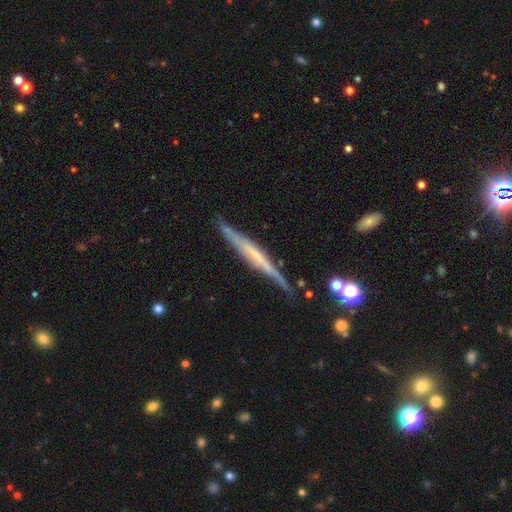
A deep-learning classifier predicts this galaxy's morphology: smooth-or-featured: featured or disk: 66% | smooth: 27% | star or artifact: 7%
  disk-edge-on: yes: 93% | no: 7%
    edge-on-bulge: none: 58% | boxy: 21% | rounded: 21%
  merging: none: 70% | minor disturbance: 21% | major disturbance: 5% | merger: 3%